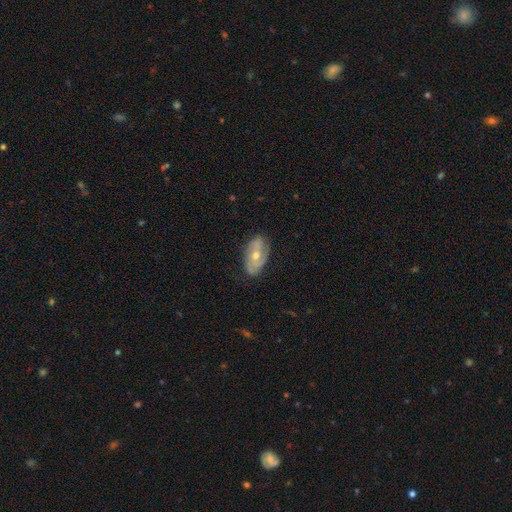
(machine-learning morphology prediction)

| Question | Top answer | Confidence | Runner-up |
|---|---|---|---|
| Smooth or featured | featured or disk | 62% | smooth (29%) |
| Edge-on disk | no | 90% | yes (10%) |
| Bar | no | 65% | weak (25%) |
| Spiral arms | yes | 71% | no (29%) |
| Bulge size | moderate | 59% | small (38%) |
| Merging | none | 74% | minor disturbance (20%) |